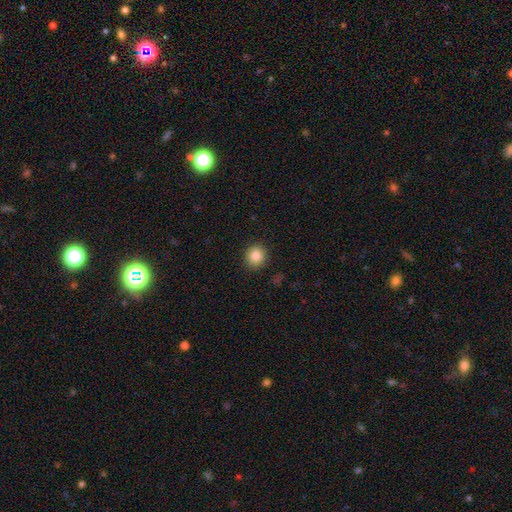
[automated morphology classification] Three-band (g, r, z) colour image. It shows a smooth galaxy with no disk features (86%) that is round (86%). Merging: none (90%).